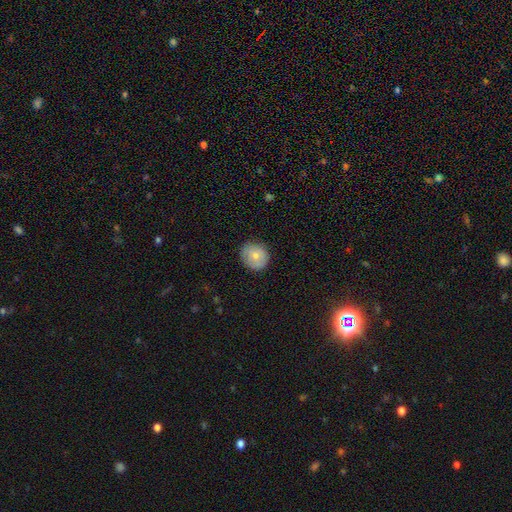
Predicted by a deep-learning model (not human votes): A smooth galaxy with no disk features (72%) that is round (81%). Merging: none (83%).